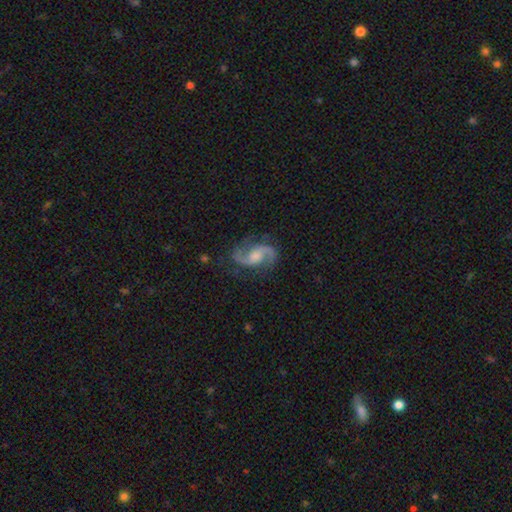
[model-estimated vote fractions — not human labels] Smooth or featured? featured or disk (91%)
Edge-on disk? no (98%)
Bar? no (52%)
Spiral arms? yes (98%)
Spiral winding? medium (55%)
Spiral arm count? 2 (94%)
Bulge size? moderate (51%)
Merging? none (80%)